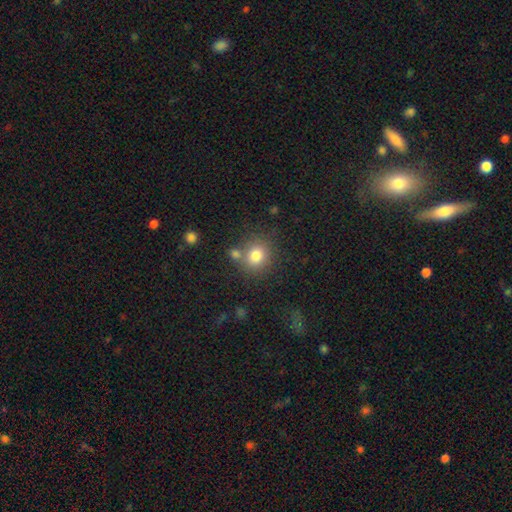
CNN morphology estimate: Smooth or featured?
  - smooth: 79% *
  - star or artifact: 12%
  - featured or disk: 9%
How rounded?
  - round: 77% *
  - in between: 22%
  - cigar-shaped: 1%
Merging?
  - none: 66% *
  - merger: 18%
  - minor disturbance: 12%
  - major disturbance: 4%